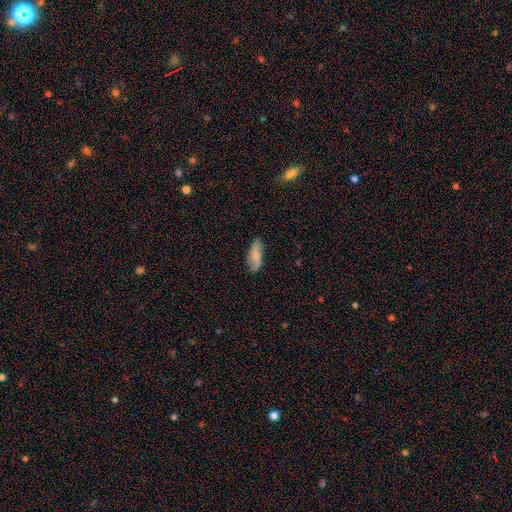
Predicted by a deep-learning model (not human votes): A smooth galaxy with no disk features (71%) that is in between round and cigar-shaped (69%). Merging: none (77%).